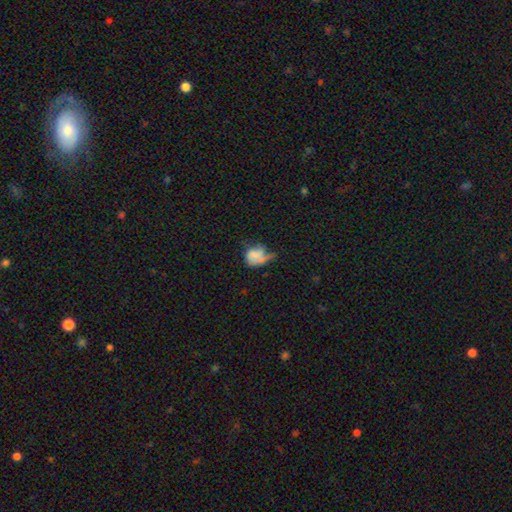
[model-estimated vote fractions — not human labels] Smooth or featured?
  - smooth: 62% *
  - featured or disk: 28%
  - star or artifact: 11%
How rounded?
  - in between: 53% *
  - round: 45%
  - cigar-shaped: 2%
Merging?
  - major disturbance: 35% *
  - minor disturbance: 30%
  - none: 25%
  - merger: 10%